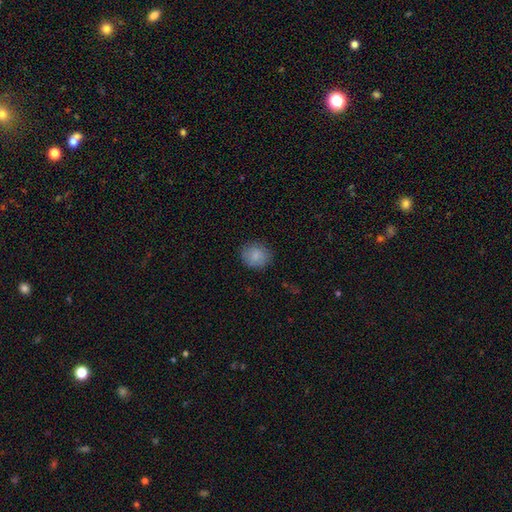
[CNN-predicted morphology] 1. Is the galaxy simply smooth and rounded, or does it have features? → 85% smooth, 8% star or artifact, 7% featured or disk.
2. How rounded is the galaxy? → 77% round, 22% in between, 1% cigar-shaped.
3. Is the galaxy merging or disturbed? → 85% none, 11% minor disturbance, 3% major disturbance, 1% merger.